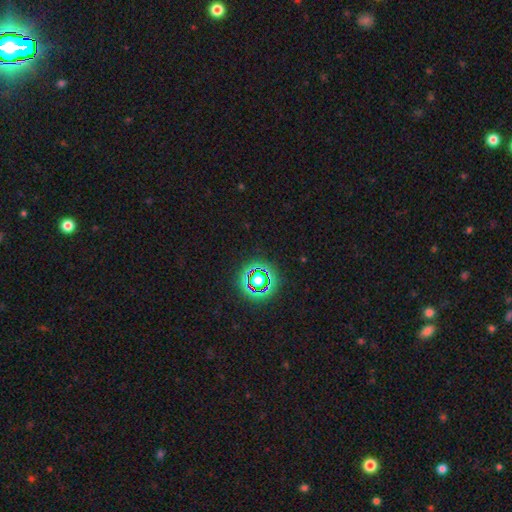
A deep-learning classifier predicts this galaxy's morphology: Overall: star or artifact (75%).